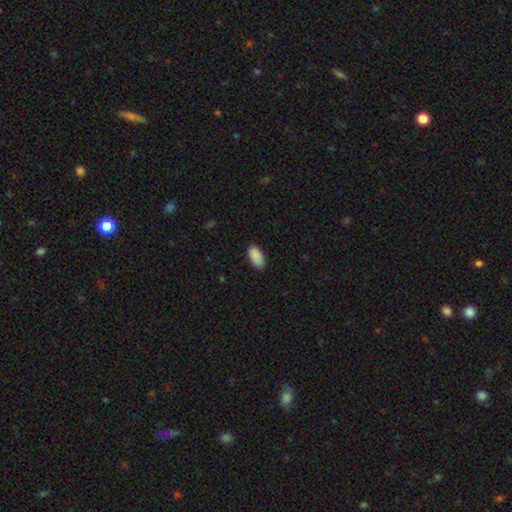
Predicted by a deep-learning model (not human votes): Morphology: type=smooth (90%); roundness=in between (94%); merging=none (83%).